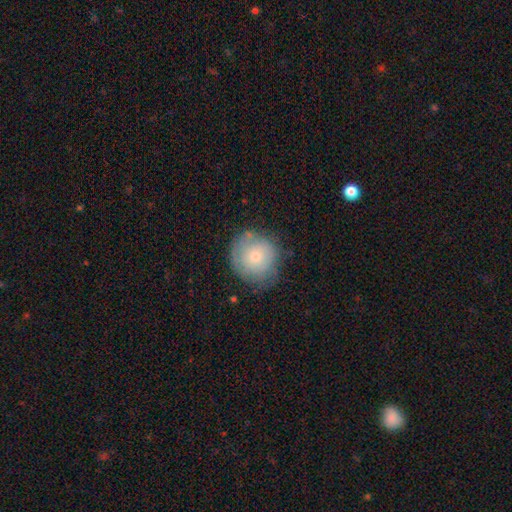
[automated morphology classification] Overall: smooth (61%; featured or disk 31%). How rounded: round (88%). Merging: none (68%).